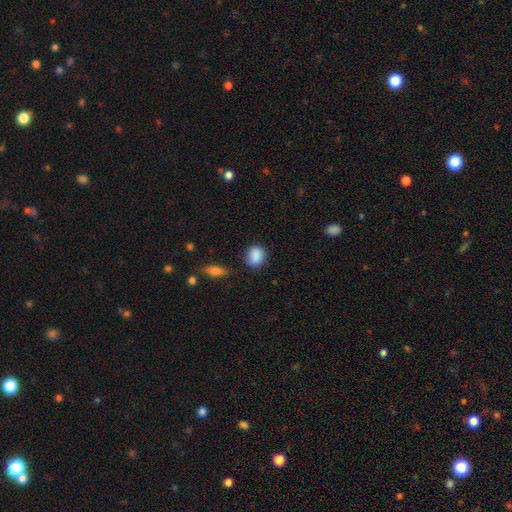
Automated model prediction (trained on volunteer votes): smooth_or_featured: smooth (p=0.89) [alt: star or artifact p=0.07]
how_rounded: round (p=0.58) [alt: in between p=0.40]
merging: none (p=0.80) [alt: minor disturbance p=0.13]